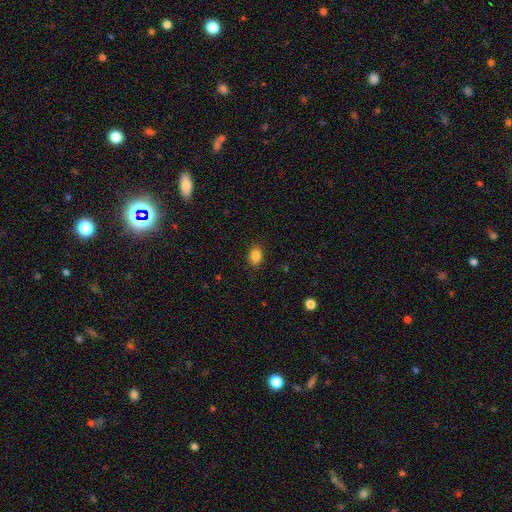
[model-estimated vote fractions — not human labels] Smooth or featured? smooth (86%)
How rounded? in between (70%)
Merging? none (87%)